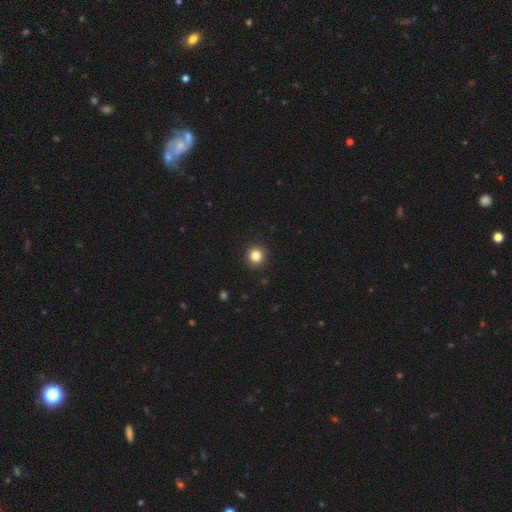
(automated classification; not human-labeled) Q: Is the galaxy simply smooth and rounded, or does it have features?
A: smooth — 85%.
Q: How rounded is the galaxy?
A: round — 92%.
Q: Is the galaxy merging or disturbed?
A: none — 92%.